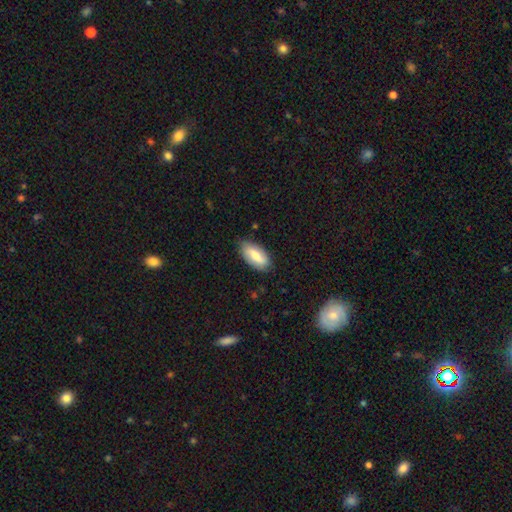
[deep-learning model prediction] Smooth or featured? Predicted: smooth (p=0.68). How rounded? Predicted: in between (p=0.91). Merging? Predicted: none (p=0.80).